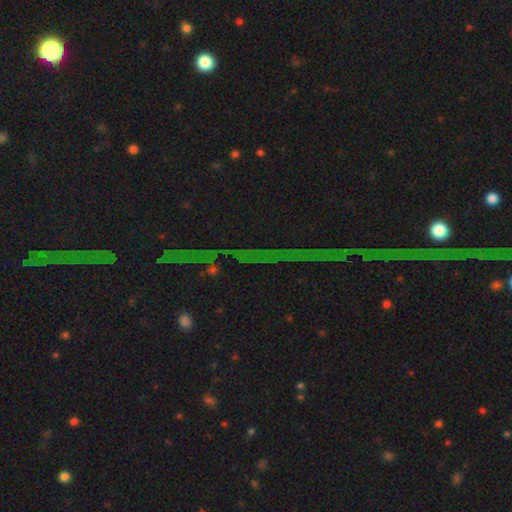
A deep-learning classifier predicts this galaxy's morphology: Smooth or featured?
  - star or artifact: 80% *
  - featured or disk: 11%
  - smooth: 9%